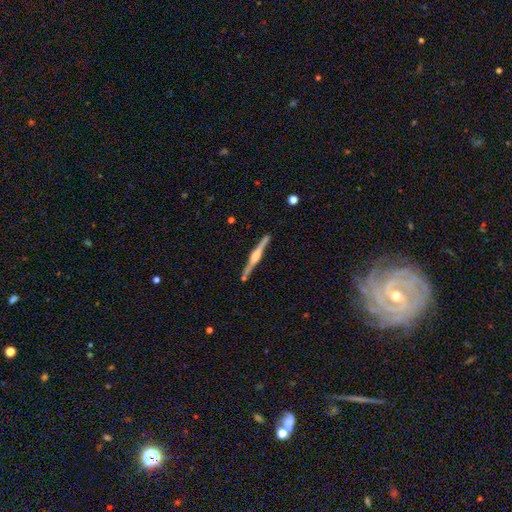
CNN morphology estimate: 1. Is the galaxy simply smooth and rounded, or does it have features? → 81% featured or disk, 14% smooth, 5% star or artifact.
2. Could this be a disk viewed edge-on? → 98% yes, 2% no.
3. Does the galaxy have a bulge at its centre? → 80% rounded, 15% boxy, 5% none.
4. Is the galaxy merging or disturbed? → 86% none, 9% minor disturbance, 3% merger, 2% major disturbance.